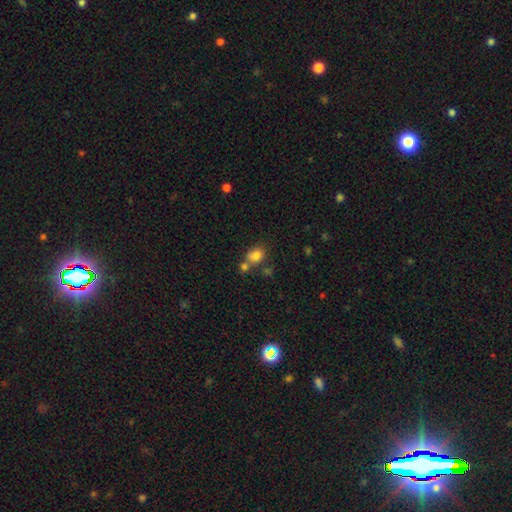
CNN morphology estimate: This appears to be a smooth galaxy with no disk features (80%) that is in between round and cigar-shaped (68%). Merging: none (49%).